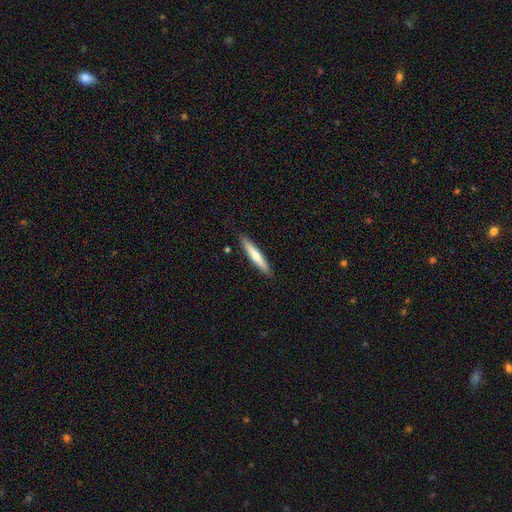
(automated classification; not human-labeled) smooth_or_featured: smooth (p=0.61) [alt: featured or disk p=0.34]
how_rounded: cigar-shaped (p=0.92) [alt: in between p=0.06]
merging: none (p=0.90) [alt: minor disturbance p=0.07]